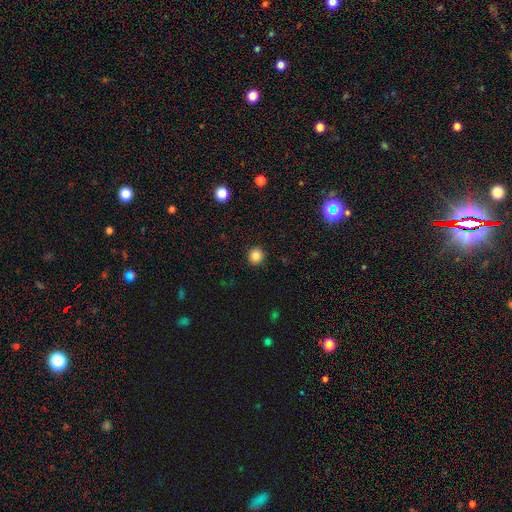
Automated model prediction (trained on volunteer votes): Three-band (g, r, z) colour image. It shows a smooth galaxy with no disk features (85%) that is round (92%). Merging: none (91%).